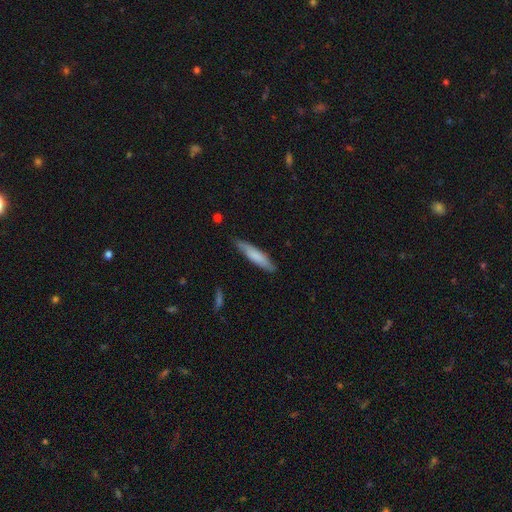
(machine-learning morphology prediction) type=smooth (75%); roundness=cigar-shaped (85%); merging=none (83%).